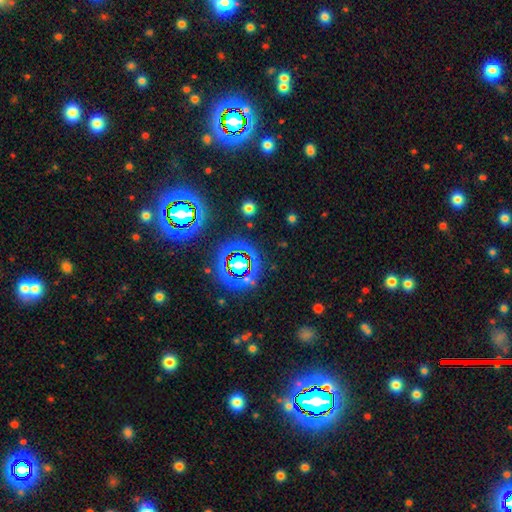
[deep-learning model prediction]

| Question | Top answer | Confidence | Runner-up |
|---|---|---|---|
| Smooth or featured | star or artifact | 78% | smooth (12%) |